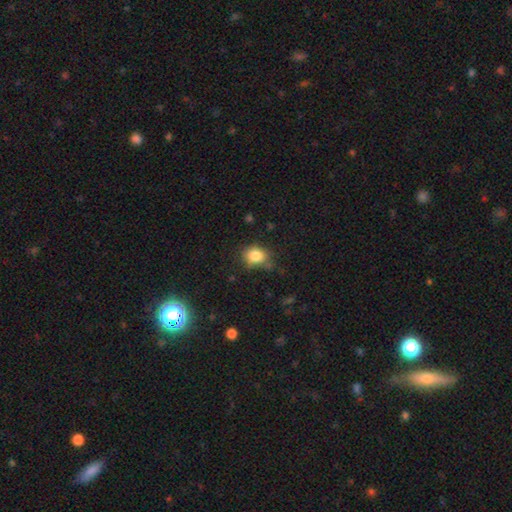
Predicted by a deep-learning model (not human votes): Smooth or featured? smooth (82%)
How rounded? round (58%)
Merging? none (63%)